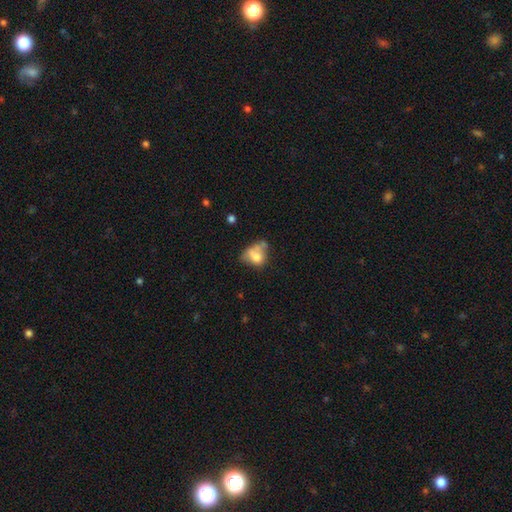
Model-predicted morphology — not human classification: The model was most divided on "merging": merger: 33%, none: 24%, minor disturbance: 22%, major disturbance: 21%. More confident: smooth or featured — smooth (62%); how rounded — in between (62%).